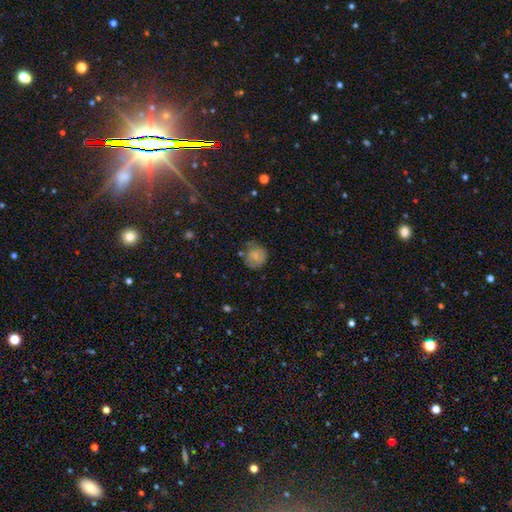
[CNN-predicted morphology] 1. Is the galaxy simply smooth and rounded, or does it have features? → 71% smooth, 19% featured or disk, 10% star or artifact.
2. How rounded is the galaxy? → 86% round, 13% in between, 1% cigar-shaped.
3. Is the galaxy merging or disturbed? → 66% none, 24% minor disturbance, 7% major disturbance, 4% merger.